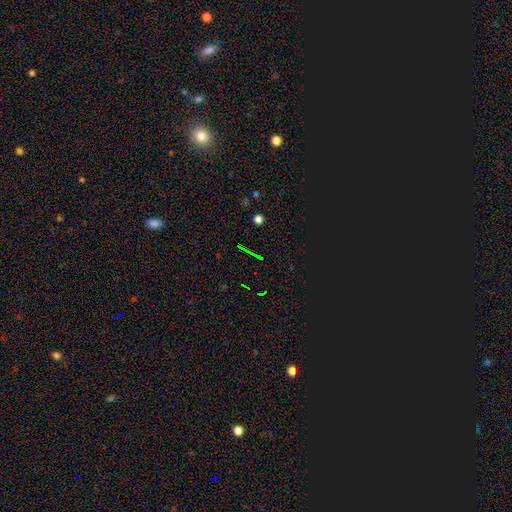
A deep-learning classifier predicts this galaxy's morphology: type=star or artifact (73%).